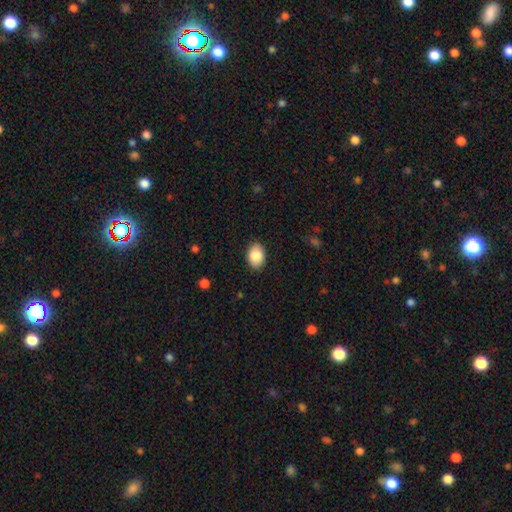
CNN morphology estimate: Smooth or featured? Predicted: smooth (p=0.87). How rounded? Predicted: in between (p=0.82). Merging? Predicted: none (p=0.88).